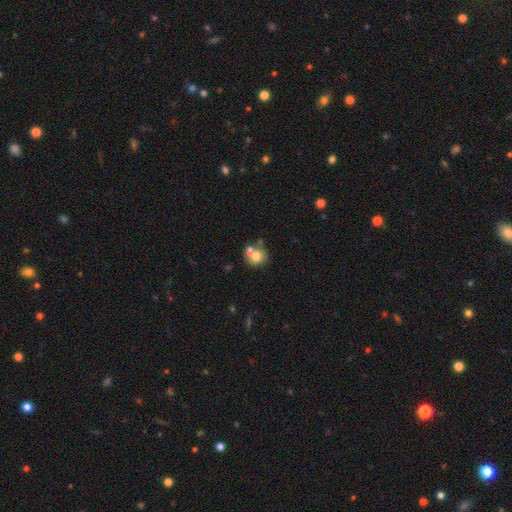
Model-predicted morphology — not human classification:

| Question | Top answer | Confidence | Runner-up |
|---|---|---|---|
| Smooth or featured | smooth | 71% | featured or disk (19%) |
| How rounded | round | 77% | in between (22%) |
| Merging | none | 43% | merger (41%) |